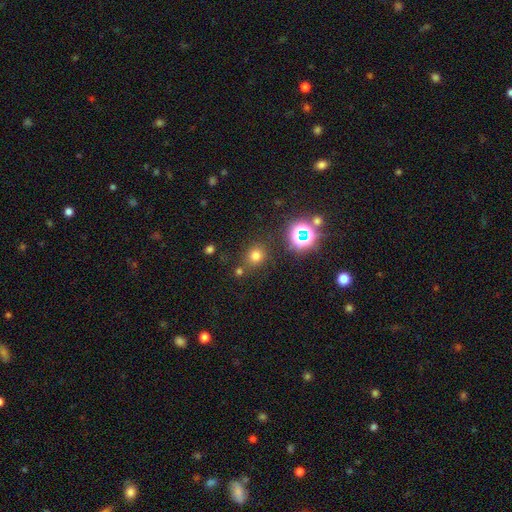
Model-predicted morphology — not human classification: Smooth or featured: smooth — 69% (star or artifact — 24%)
How rounded: round — 80% (in between — 19%)
Merging: none — 78% (minor disturbance — 10%)